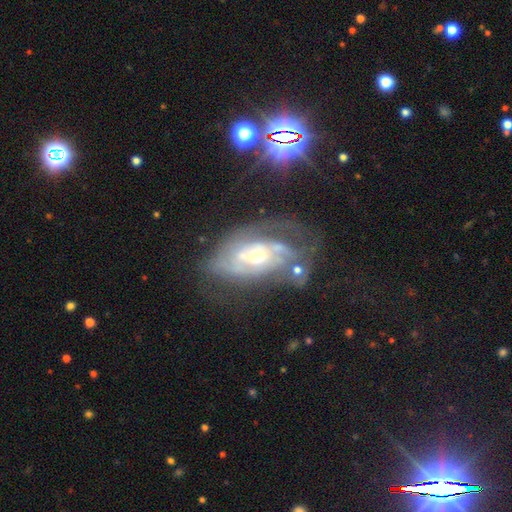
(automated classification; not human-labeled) featured or disk 81%, smooth 11%, star or artifact 8%. Down the decision tree: edge-on disk — no (94%); bar — no (68%); spiral arms — yes (84%); spiral arm count — can't tell (41%); spiral winding — tight (52%); bulge size — moderate (70%); merging — none (42%).